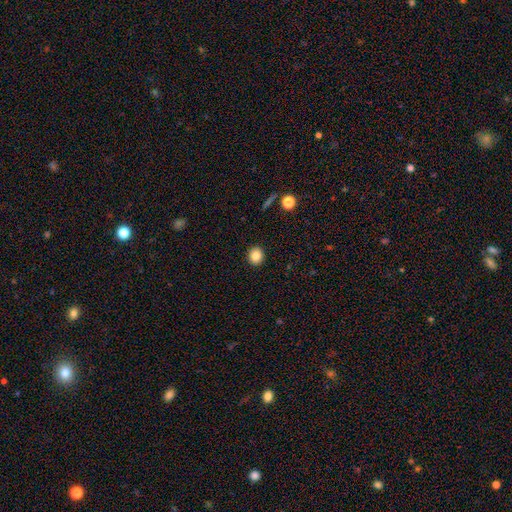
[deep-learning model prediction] Q: Smooth or featured?
A: smooth (85%); runner-up: star or artifact (10%)
Q: How rounded?
A: round (74%); runner-up: in between (25%)
Q: Merging?
A: none (92%); runner-up: minor disturbance (6%)